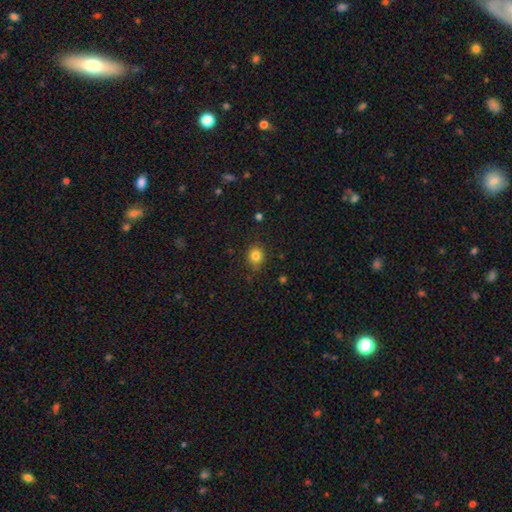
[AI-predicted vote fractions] This is clearly a smooth galaxy (82%). How rounded: likely round (74%). Merging: likely none (79%).